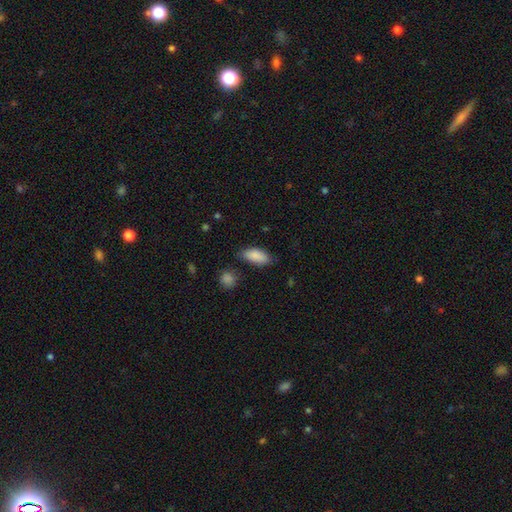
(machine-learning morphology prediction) smooth_or_featured: smooth (p=0.88) [alt: star or artifact p=0.07]
how_rounded: in between (p=0.88) [alt: cigar-shaped p=0.10]
merging: none (p=0.75) [alt: minor disturbance p=0.18]